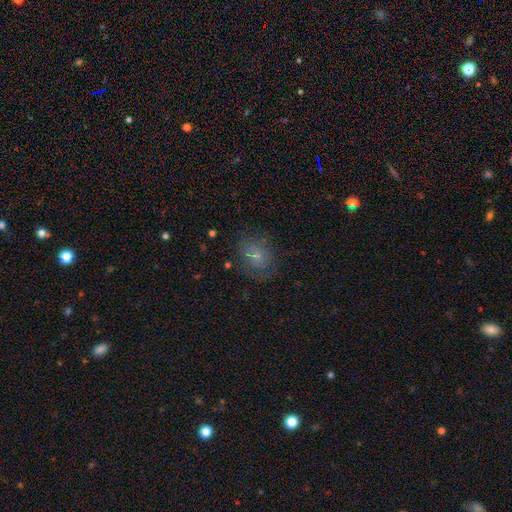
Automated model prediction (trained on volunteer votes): A smooth galaxy with no disk features (68%) that is round (50%).

Vote fractions:
- Smooth or featured? smooth: 68% / featured or disk: 20% / star or artifact: 13%
- How rounded? round: 50% / in between: 48% / cigar-shaped: 1%
- Merging? none: 69% / minor disturbance: 19% / major disturbance: 10% / merger: 3%